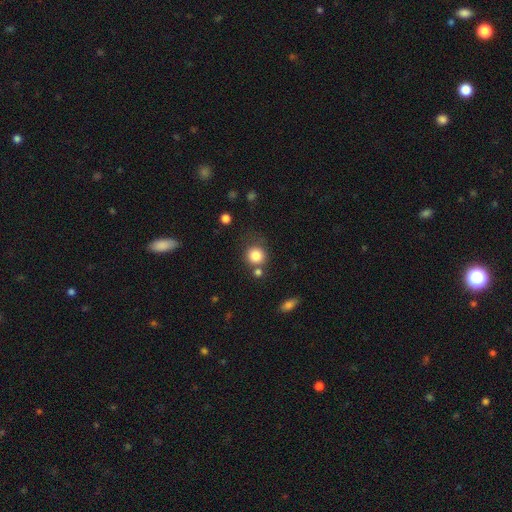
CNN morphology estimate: smooth 83%, star or artifact 10%, featured or disk 6%. Down the decision tree: how rounded — round (88%); merging — none (67%).